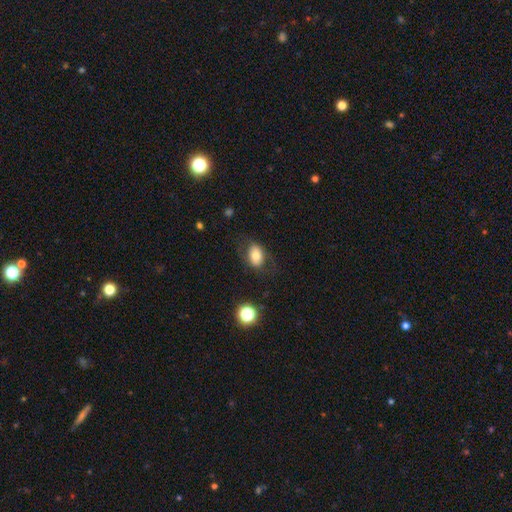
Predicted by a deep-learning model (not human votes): A smooth galaxy with no disk features (72%) that is in between round and cigar-shaped (77%).

Vote fractions:
- Smooth or featured? smooth: 72% / featured or disk: 19% / star or artifact: 9%
- How rounded? in between: 77% / round: 21% / cigar-shaped: 1%
- Merging? none: 73% / minor disturbance: 17% / major disturbance: 9% / merger: 2%